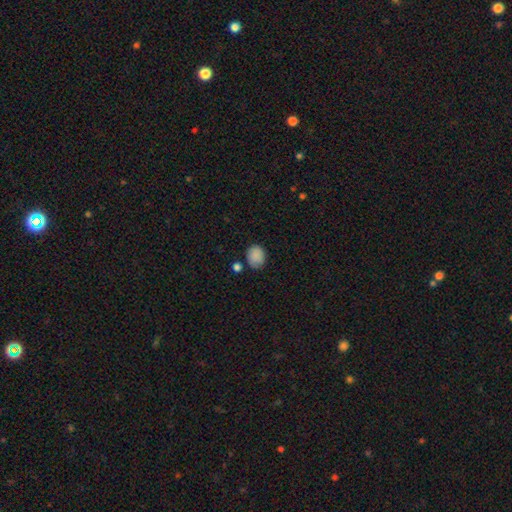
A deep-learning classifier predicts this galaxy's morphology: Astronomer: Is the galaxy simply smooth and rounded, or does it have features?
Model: smooth — 86%.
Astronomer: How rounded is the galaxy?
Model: round — 59% (runner-up: in between, 40%).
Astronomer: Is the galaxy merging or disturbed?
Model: none — 73%.